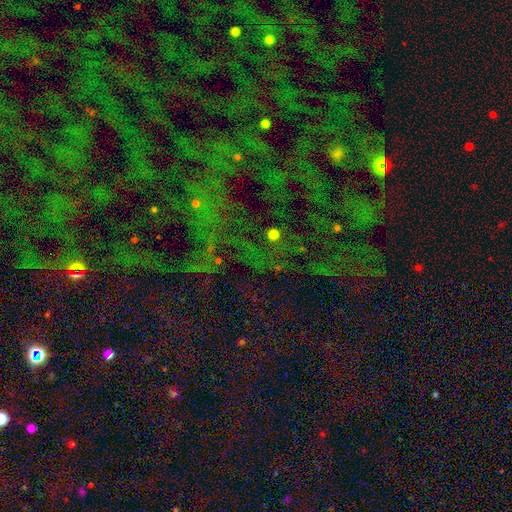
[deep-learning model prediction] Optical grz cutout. It shows a star or artifact, not a galaxy (77%).